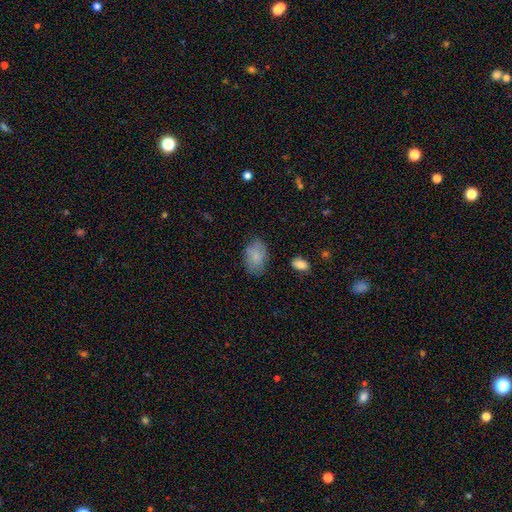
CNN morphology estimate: A smooth galaxy with no disk features (81%) that is in between round and cigar-shaped (89%). Merging: none (73%).